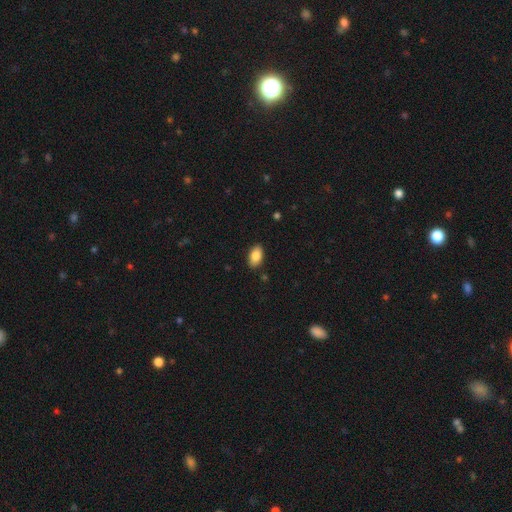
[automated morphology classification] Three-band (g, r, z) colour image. It shows a smooth galaxy with no disk features (85%) that is in between round and cigar-shaped (93%). Merging: none (88%).